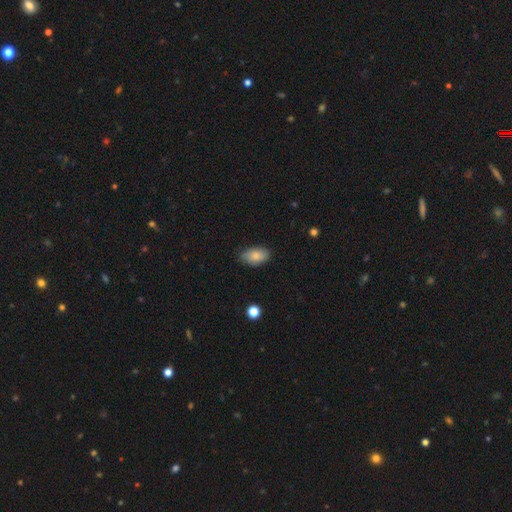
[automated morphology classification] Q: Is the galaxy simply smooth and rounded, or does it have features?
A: smooth — 84%.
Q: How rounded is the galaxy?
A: in between — 92%.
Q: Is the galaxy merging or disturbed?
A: none — 76%.